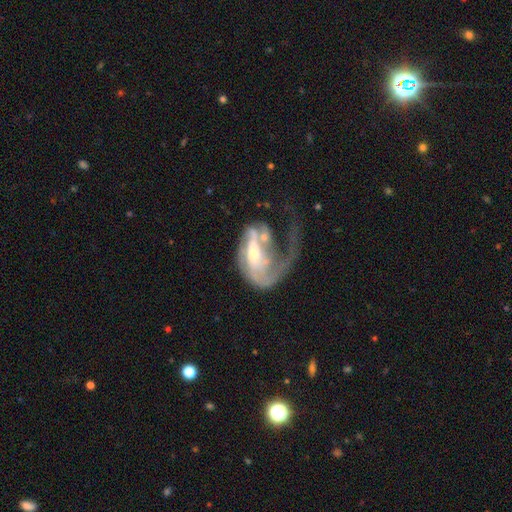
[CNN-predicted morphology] This appears to be a featured or disk galaxy (80%) with no bar (43%), 1 (72%) loose (44%) spiral arms (85%) and a small central bulge (45%). Merging: major disturbance (56%).